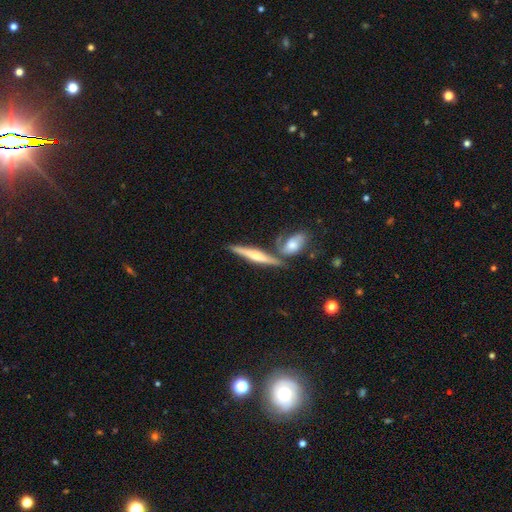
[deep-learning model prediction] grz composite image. It shows a featured or disk galaxy (62%) viewed edge-on (94%) with a rounded central bulge (74%). Merging: none (62%).